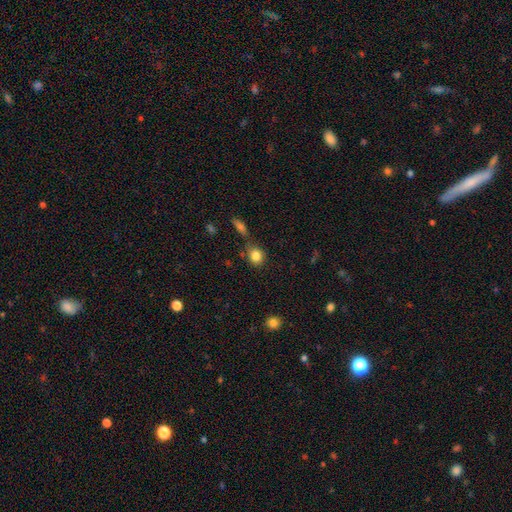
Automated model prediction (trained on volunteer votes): Morphology: type=smooth (84%); roundness=round (75%); merging=none (68%).